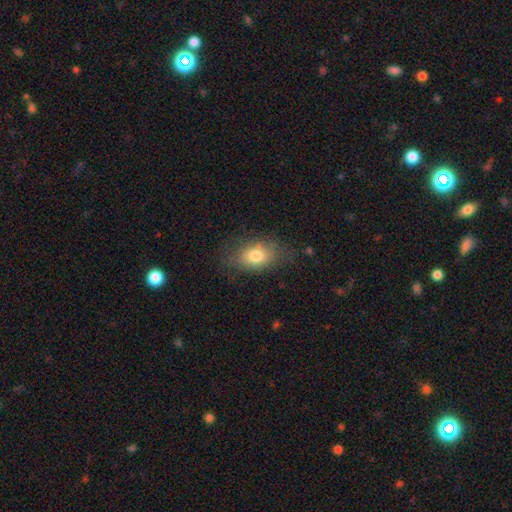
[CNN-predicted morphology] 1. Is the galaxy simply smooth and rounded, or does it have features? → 77% smooth, 15% featured or disk, 9% star or artifact.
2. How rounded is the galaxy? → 85% in between, 13% round, 2% cigar-shaped.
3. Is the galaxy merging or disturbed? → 72% none, 19% minor disturbance, 7% major disturbance, 2% merger.